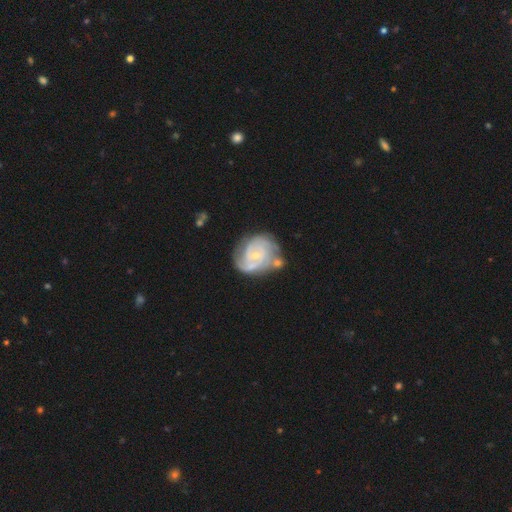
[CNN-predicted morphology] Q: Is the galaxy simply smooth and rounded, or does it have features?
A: featured or disk — 85%.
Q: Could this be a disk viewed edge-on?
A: no — 98%.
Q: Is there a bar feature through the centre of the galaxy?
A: no — 59%.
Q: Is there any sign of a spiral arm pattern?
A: yes — 96%.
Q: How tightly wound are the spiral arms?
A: tight — 61%.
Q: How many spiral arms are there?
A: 2 — 40%.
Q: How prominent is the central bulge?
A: small — 71%.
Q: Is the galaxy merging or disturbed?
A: none — 55%.